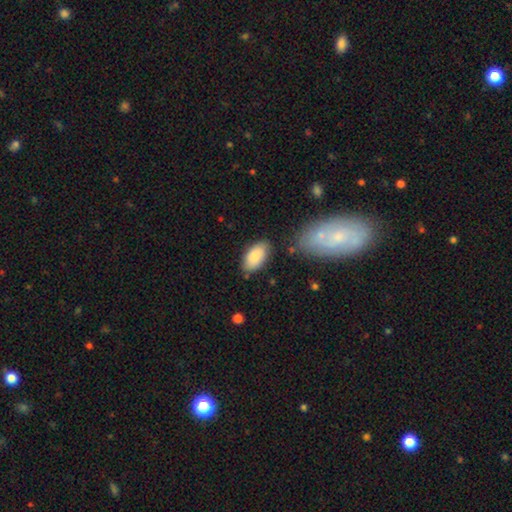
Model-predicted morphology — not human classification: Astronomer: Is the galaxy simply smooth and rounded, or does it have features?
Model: smooth — 86%.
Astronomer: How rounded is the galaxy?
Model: in between — 94%.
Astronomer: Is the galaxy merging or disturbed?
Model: none — 78%.